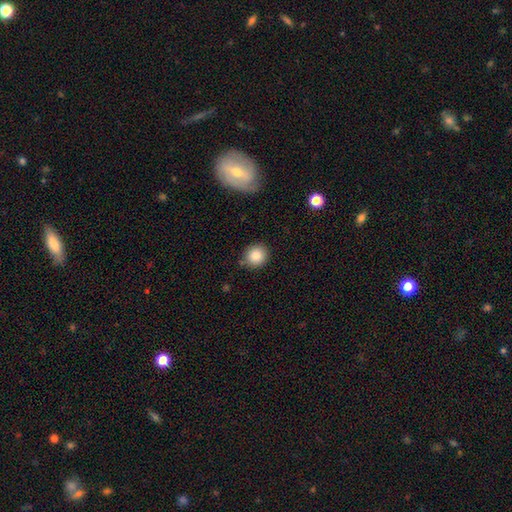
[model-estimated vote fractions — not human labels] Morphology: type=smooth (85%); roundness=round (88%); merging=none (82%).